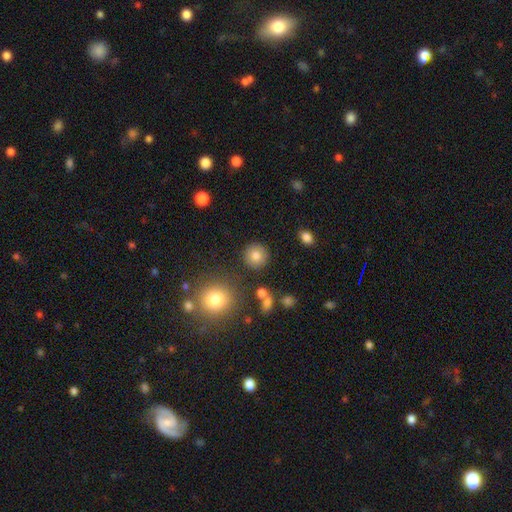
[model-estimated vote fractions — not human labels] Smooth or featured: smooth — 82% (star or artifact — 11%)
How rounded: round — 92% (in between — 7%)
Merging: none — 87% (minor disturbance — 7%)